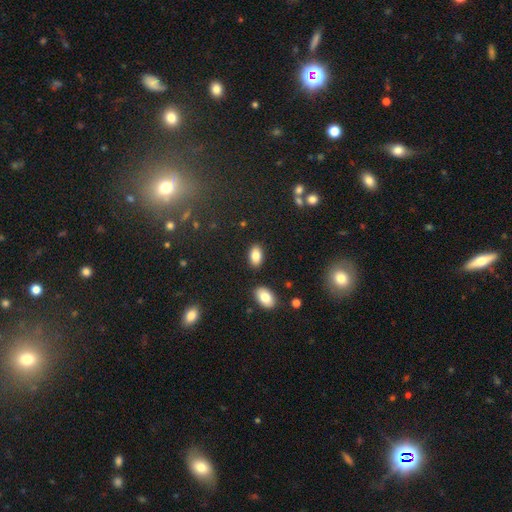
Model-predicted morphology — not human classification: The model was most divided on "merging": none: 85%, minor disturbance: 9%, merger: 3%, major disturbance: 2%. More confident: how rounded — in between (93%); smooth or featured — smooth (85%).